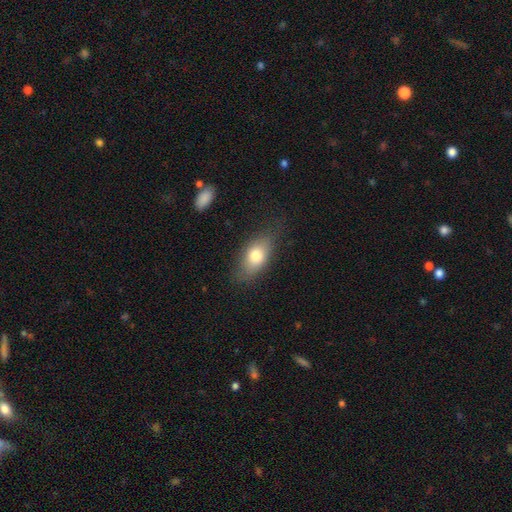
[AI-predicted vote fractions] Smooth or featured: smooth — 74% (featured or disk — 18%)
How rounded: in between — 83% (round — 10%)
Merging: none — 71% (minor disturbance — 20%)